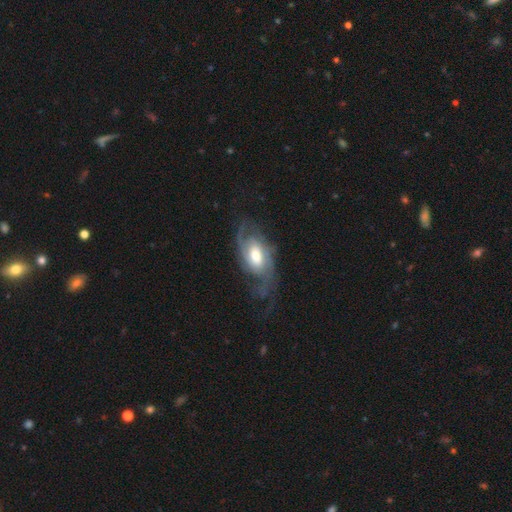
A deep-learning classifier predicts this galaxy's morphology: A featured or disk galaxy (79%) with no bar (52%), 2 (65%) medium (42%) spiral arms (92%) and a moderate central bulge (57%). Merging: none (52%).